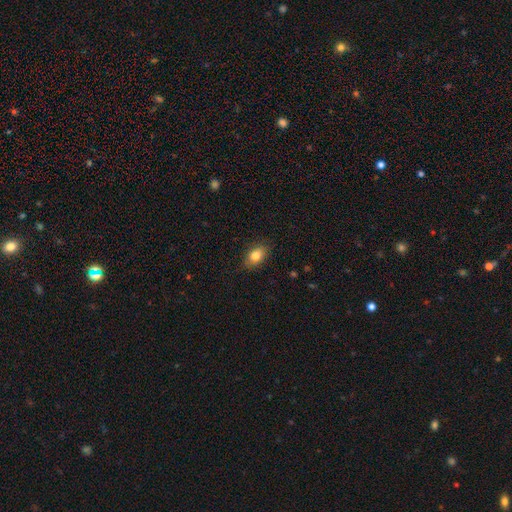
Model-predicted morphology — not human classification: A smooth galaxy with no disk features (81%) that is in between round and cigar-shaped (85%). Merging: none (85%).